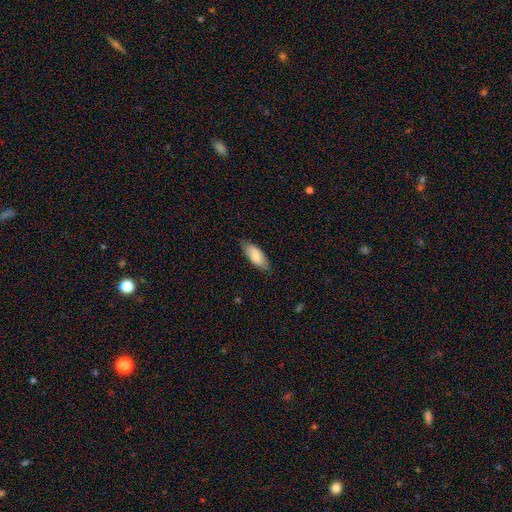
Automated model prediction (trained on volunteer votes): Morphology: type=smooth (80%); roundness=in between (82%); merging=none (81%).